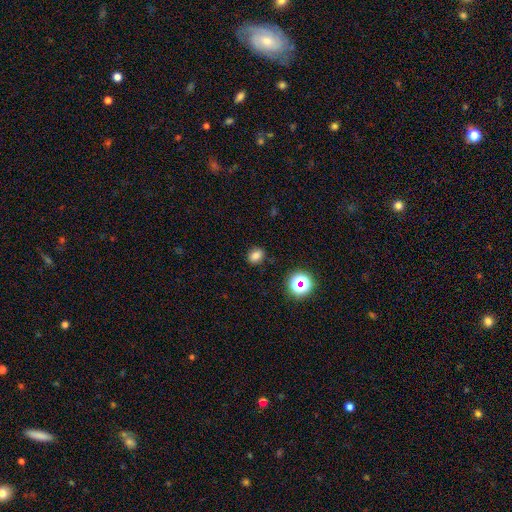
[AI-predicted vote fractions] This is likely a smooth galaxy (76%). How rounded: possibly round (52%). Merging: clearly none (86%).